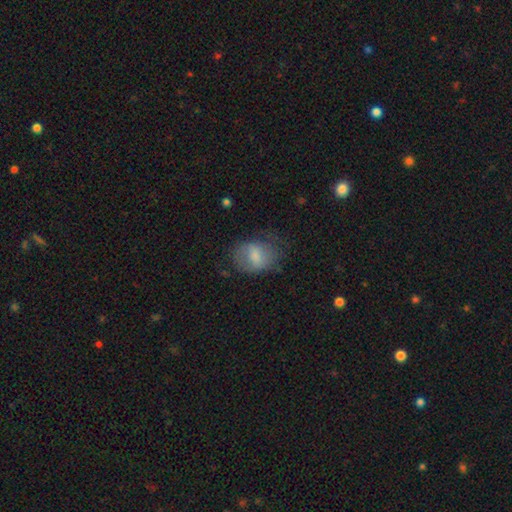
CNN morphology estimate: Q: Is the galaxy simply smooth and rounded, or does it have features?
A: smooth — 67%.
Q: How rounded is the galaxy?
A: in between — 66%.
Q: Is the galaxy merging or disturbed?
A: none — 50%.